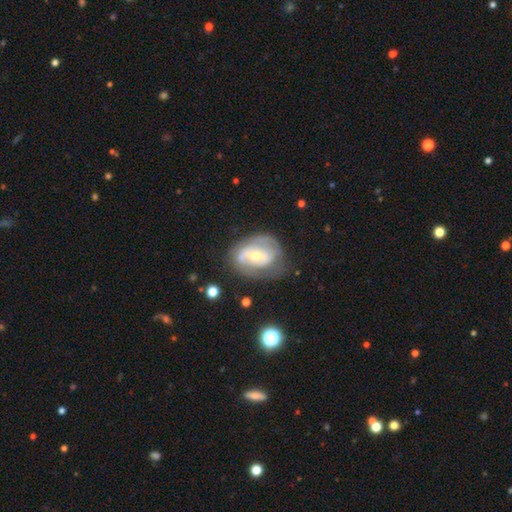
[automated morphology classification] type=featured or disk (67%); edge-on=no (96%); bar=no (49%); spiral arms=yes (65%); bulge=moderate (54%); merging=none (53%).